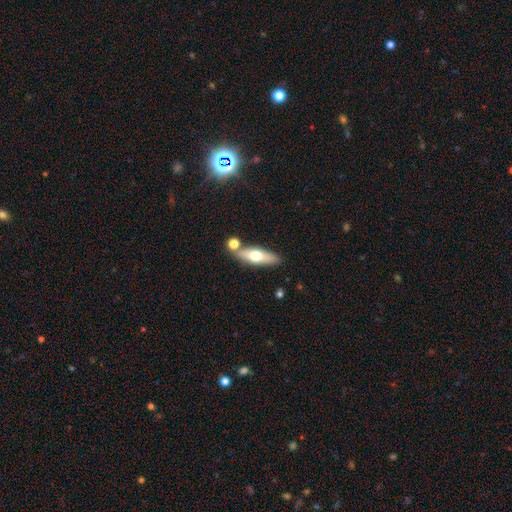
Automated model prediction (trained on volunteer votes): This appears to be a smooth galaxy with no disk features (55%) that is cigar-shaped (56%). Merging: none (75%).